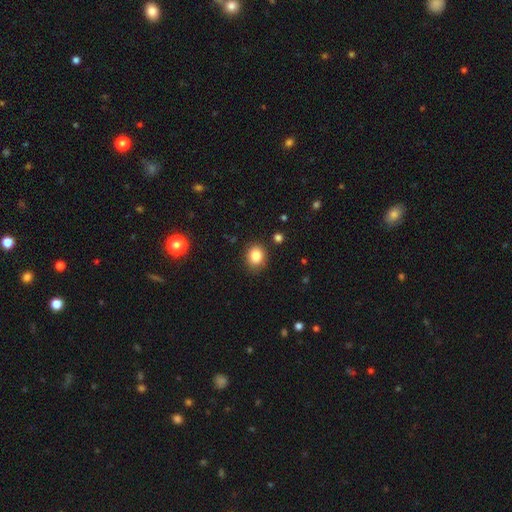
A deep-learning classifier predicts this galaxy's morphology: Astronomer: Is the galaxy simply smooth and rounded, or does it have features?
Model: smooth — 85%.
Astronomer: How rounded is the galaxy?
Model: round — 64%.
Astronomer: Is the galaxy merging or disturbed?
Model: none — 84%.